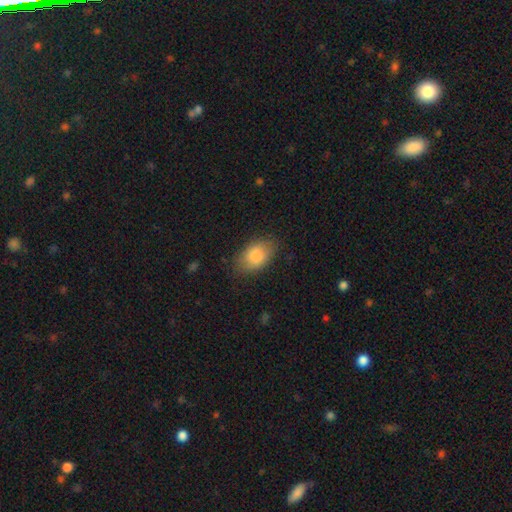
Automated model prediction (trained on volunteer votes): A smooth galaxy with no disk features (86%) that is in between round and cigar-shaped (87%).

Vote fractions:
- Smooth or featured? smooth: 86% / star or artifact: 7% / featured or disk: 7%
- How rounded? in between: 87% / round: 11% / cigar-shaped: 1%
- Merging? none: 77% / minor disturbance: 17% / major disturbance: 5% / merger: 1%